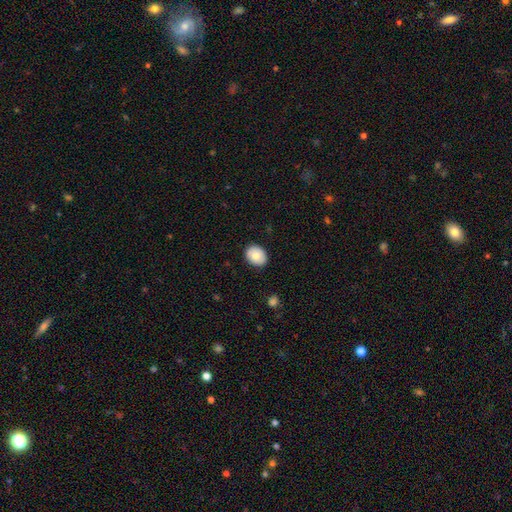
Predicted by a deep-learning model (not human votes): Morphology: type=smooth (77%); roundness=round (51%); merging=none (88%).